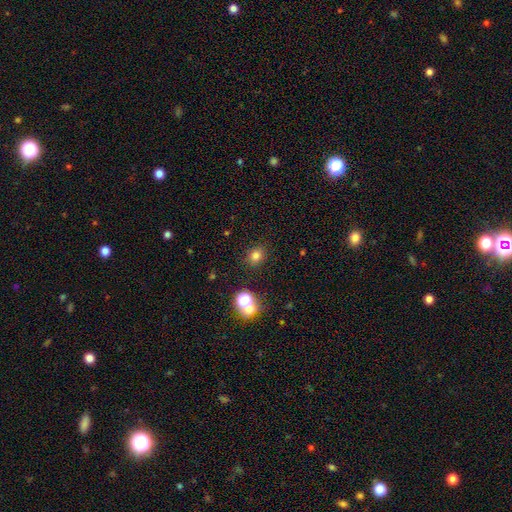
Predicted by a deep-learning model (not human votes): Q: Smooth or featured?
A: smooth (76%); runner-up: star or artifact (17%)
Q: How rounded?
A: round (72%); runner-up: in between (27%)
Q: Merging?
A: none (85%); runner-up: minor disturbance (8%)